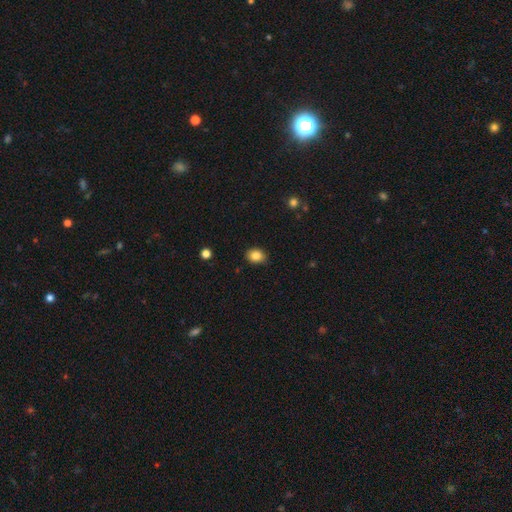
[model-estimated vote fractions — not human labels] Smooth or featured?
  - smooth: 85% *
  - star or artifact: 10%
  - featured or disk: 6%
How rounded?
  - in between: 58% *
  - round: 41%
  - cigar-shaped: 1%
Merging?
  - none: 85% *
  - minor disturbance: 12%
  - major disturbance: 2%
  - merger: 1%